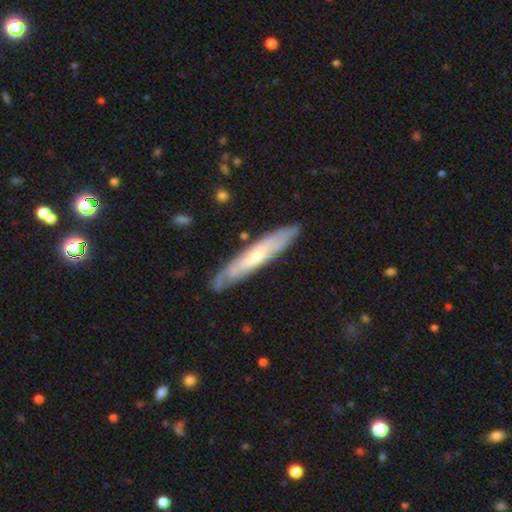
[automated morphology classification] featured or disk 57%, smooth 38%, star or artifact 5%. Down the decision tree: edge-on disk — yes (66%); merging — none (83%).